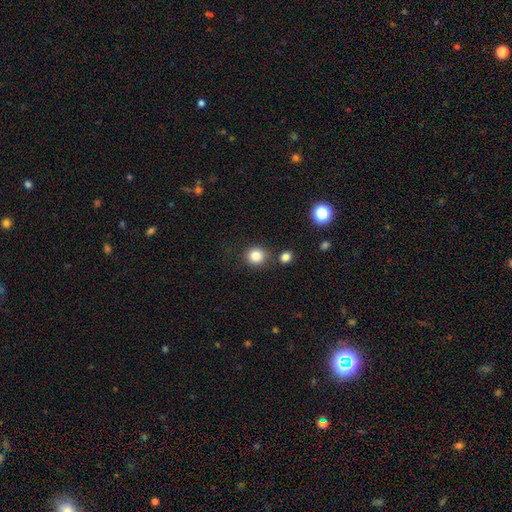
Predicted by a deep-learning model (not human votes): The model was most divided on "merging": none: 80%, minor disturbance: 10%, merger: 7%, major disturbance: 3%. More confident: how rounded — round (90%); smooth or featured — smooth (85%).